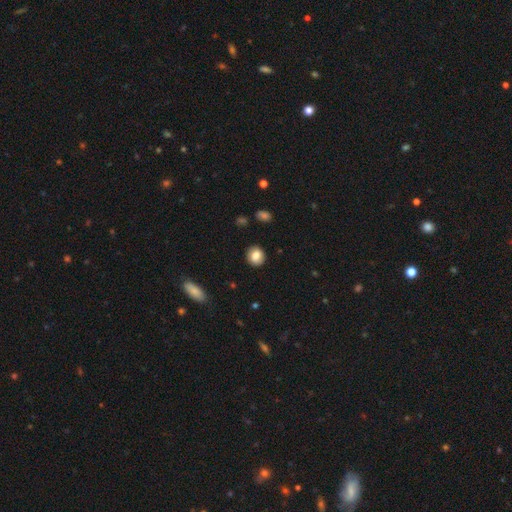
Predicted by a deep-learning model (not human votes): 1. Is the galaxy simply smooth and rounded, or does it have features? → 81% smooth, 10% featured or disk, 8% star or artifact.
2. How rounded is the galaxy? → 79% round, 20% in between, 1% cigar-shaped.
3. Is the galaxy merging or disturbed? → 90% none, 7% minor disturbance, 2% major disturbance, 1% merger.